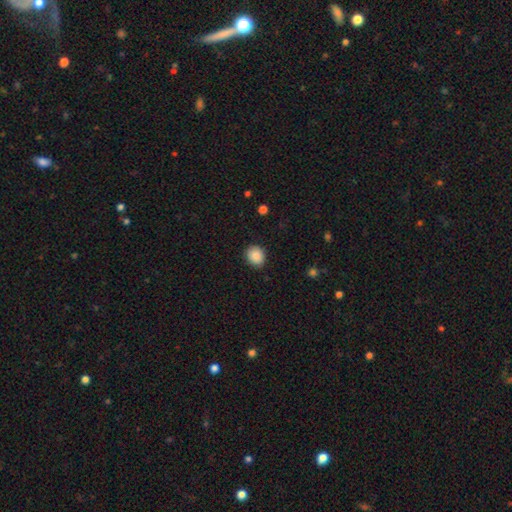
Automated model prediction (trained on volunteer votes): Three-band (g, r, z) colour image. It shows a smooth galaxy with no disk features (88%) that is round (71%). Merging: none (88%).